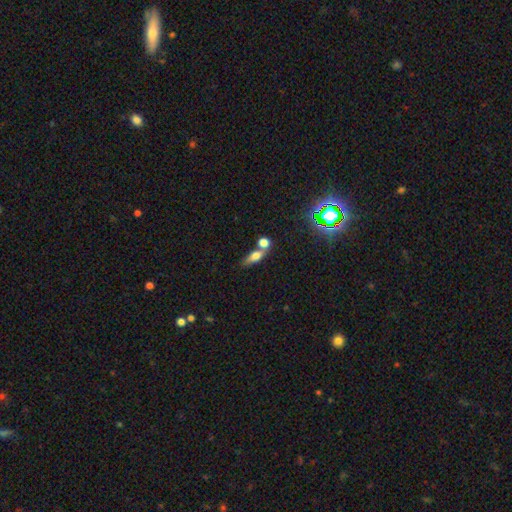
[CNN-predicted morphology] The model was most divided on "merging" (2-way tie): none: 42%, merger: 42%, minor disturbance: 11%, major disturbance: 6%. More confident: smooth or featured — smooth (60%); how rounded — in between (56%).